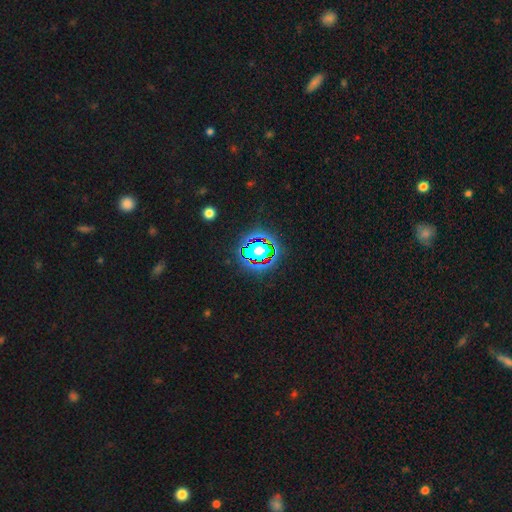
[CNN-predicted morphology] smooth_or_featured: star or artifact (p=0.79) [alt: smooth p=0.13]